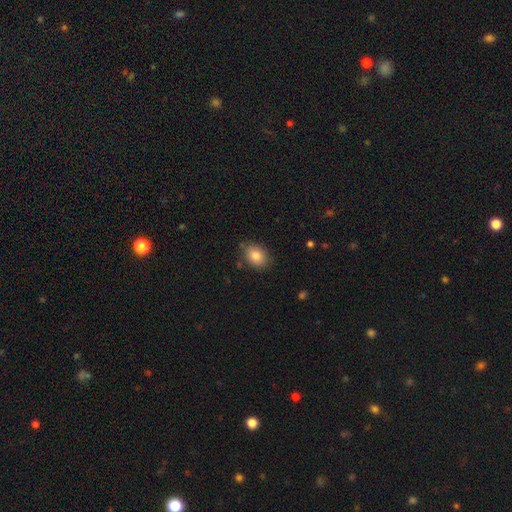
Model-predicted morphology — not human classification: The model was most divided on "how rounded": in between: 64%, round: 35%, cigar-shaped: 1%. More confident: smooth or featured — smooth (83%); merging — none (80%).